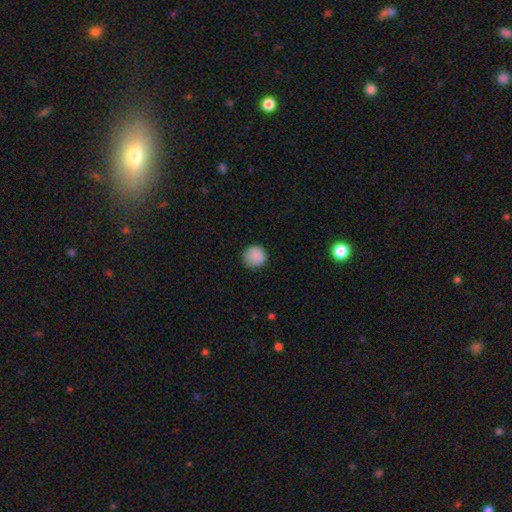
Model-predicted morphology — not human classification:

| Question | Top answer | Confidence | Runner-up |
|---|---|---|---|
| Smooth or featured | smooth | 87% | star or artifact (8%) |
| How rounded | round | 93% | in between (6%) |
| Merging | none | 84% | minor disturbance (12%) |